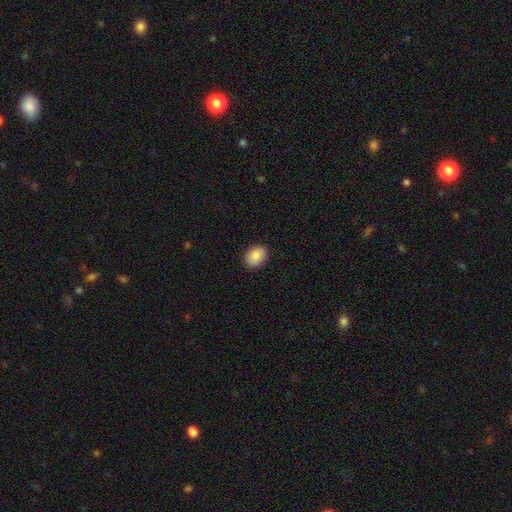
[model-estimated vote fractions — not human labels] Smooth or featured?
  - smooth: 88% *
  - star or artifact: 7%
  - featured or disk: 5%
How rounded?
  - in between: 70% *
  - round: 29%
  - cigar-shaped: 1%
Merging?
  - none: 89% *
  - minor disturbance: 8%
  - major disturbance: 2%
  - merger: 1%